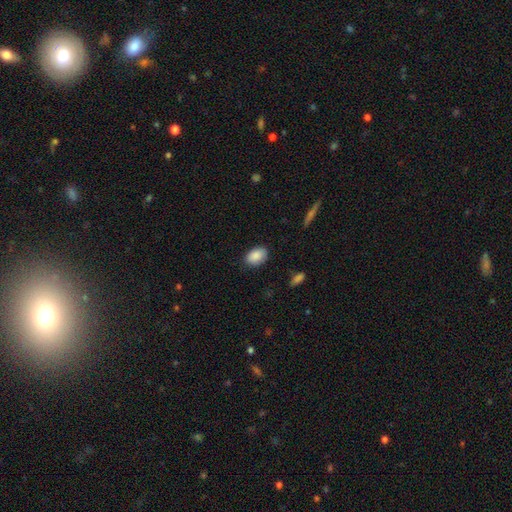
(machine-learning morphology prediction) The model was most divided on "merging": none: 83%, minor disturbance: 13%, major disturbance: 3%, merger: 1%. More confident: smooth or featured — smooth (89%); how rounded — in between (87%).